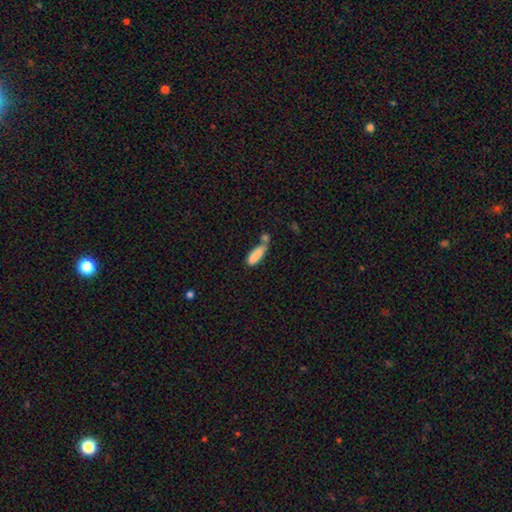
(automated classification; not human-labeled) Smooth or featured: smooth — 83% (featured or disk — 9%)
How rounded: in between — 55% (cigar-shaped — 43%)
Merging: merger — 35% (none — 33%)